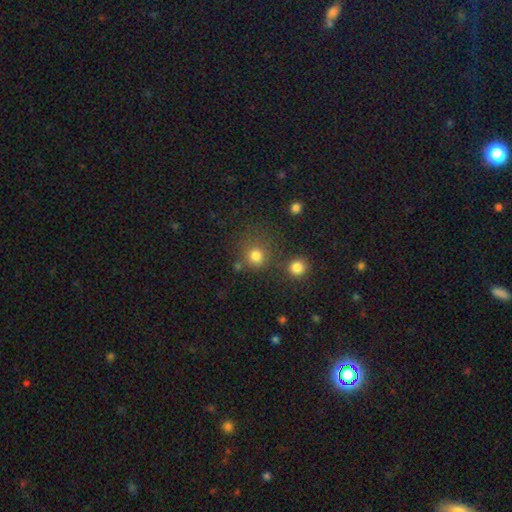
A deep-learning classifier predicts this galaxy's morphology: Smooth or featured: smooth — 79% (star or artifact — 15%)
How rounded: round — 90% (in between — 9%)
Merging: none — 71% (merger — 13%)